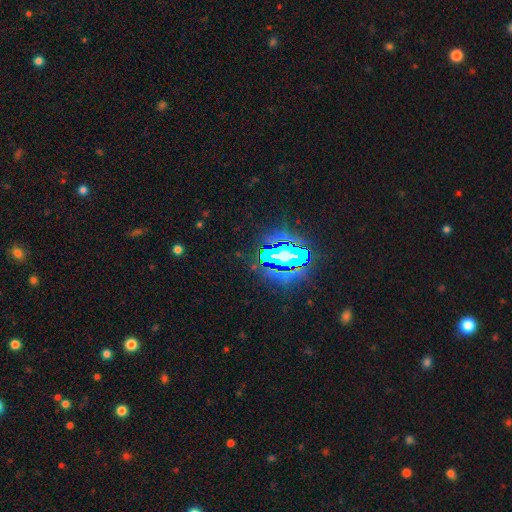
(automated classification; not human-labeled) Smooth or featured? Predicted: star or artifact (p=0.72).